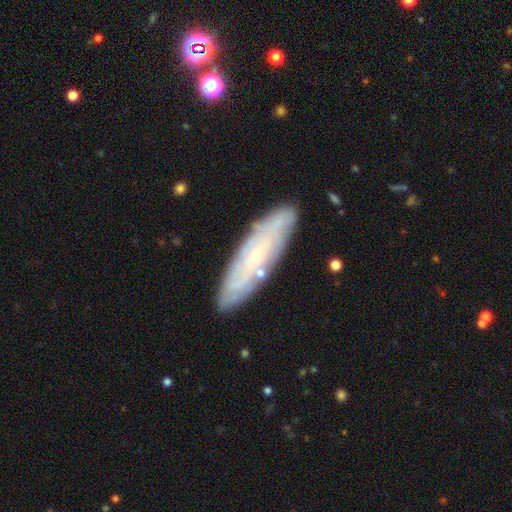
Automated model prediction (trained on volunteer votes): Overall: featured or disk (62%; smooth 31%). Edge-on disk: no (68%; yes 32%). Merging: none (85%).